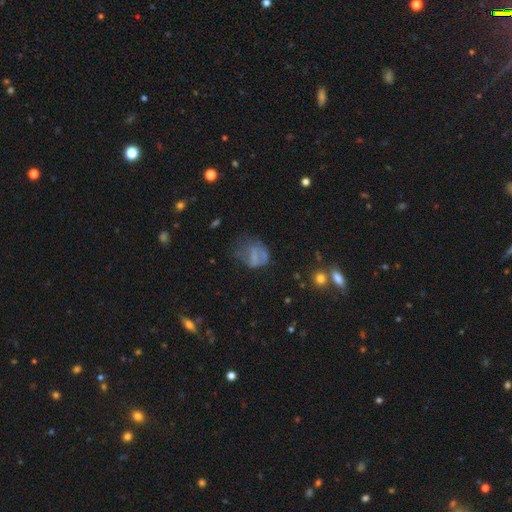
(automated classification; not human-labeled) Overall: smooth (49%; featured or disk 37%). Merging: major disturbance (37%; none 33%).